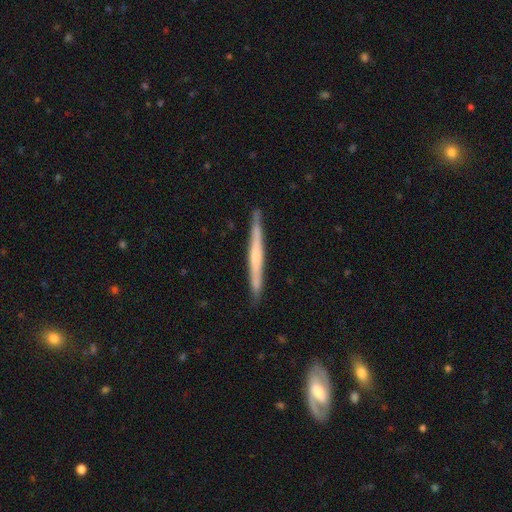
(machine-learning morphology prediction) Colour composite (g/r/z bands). It shows a featured or disk galaxy (54%) viewed edge-on (97%) with no central bulge (65%). Merging: none (89%).